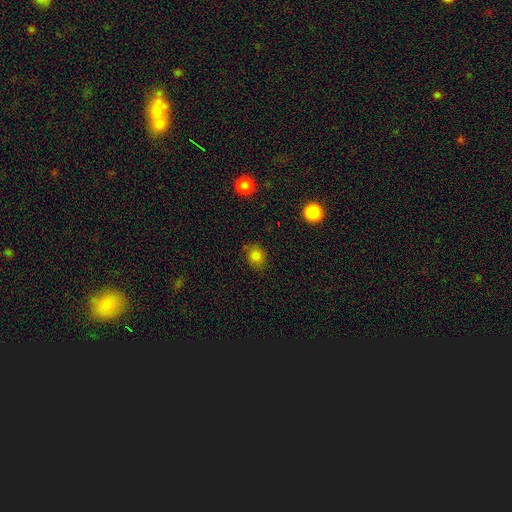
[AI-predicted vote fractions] Smooth or featured? smooth (80%)
How rounded? round (61%)
Merging? none (75%)